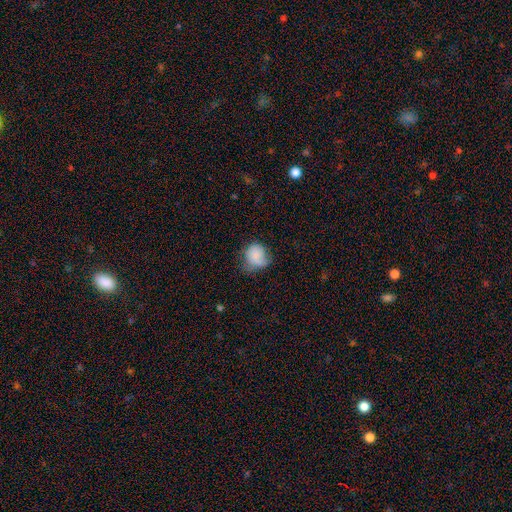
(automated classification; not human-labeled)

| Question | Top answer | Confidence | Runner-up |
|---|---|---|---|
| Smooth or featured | smooth | 74% | featured or disk (17%) |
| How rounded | round | 65% | in between (34%) |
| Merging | none | 39% | minor disturbance (36%) |